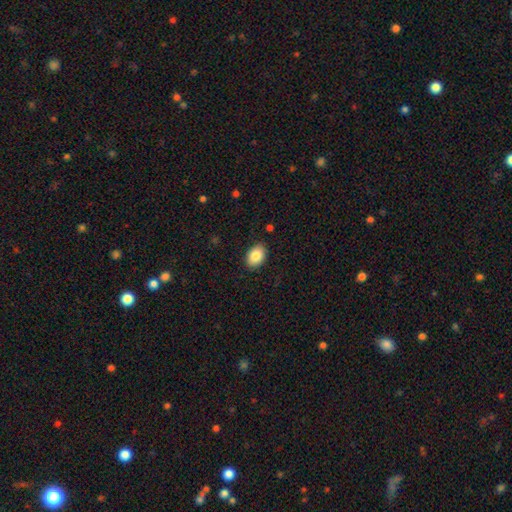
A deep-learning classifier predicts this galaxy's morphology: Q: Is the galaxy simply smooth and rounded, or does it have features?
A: smooth — 86%.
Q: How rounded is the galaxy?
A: in between — 84%.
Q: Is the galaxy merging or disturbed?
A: none — 88%.